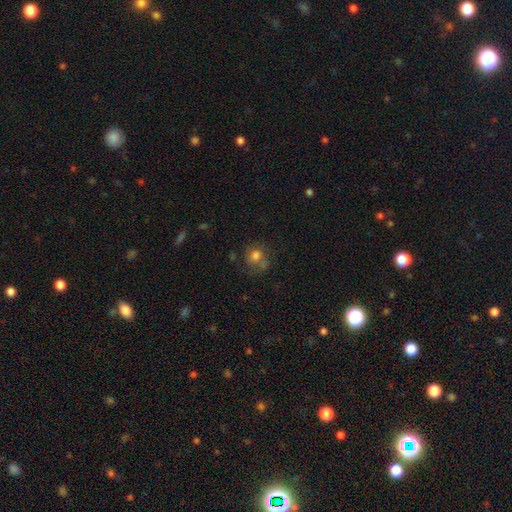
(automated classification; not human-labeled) Smooth or featured? smooth (72%)
How rounded? round (76%)
Merging? none (52%)